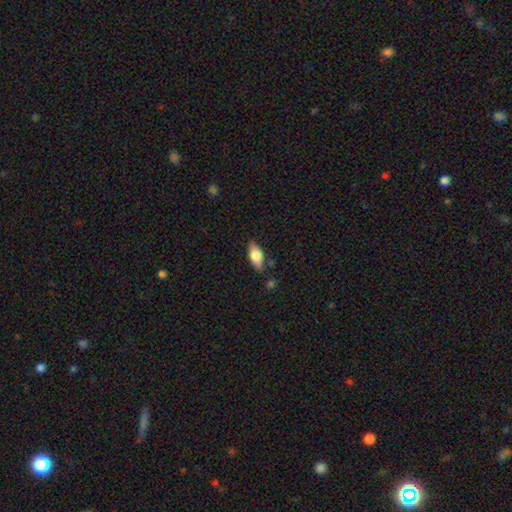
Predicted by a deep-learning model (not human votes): A smooth galaxy with no disk features (76%) that is in between round and cigar-shaped (82%). Merging: none (79%).